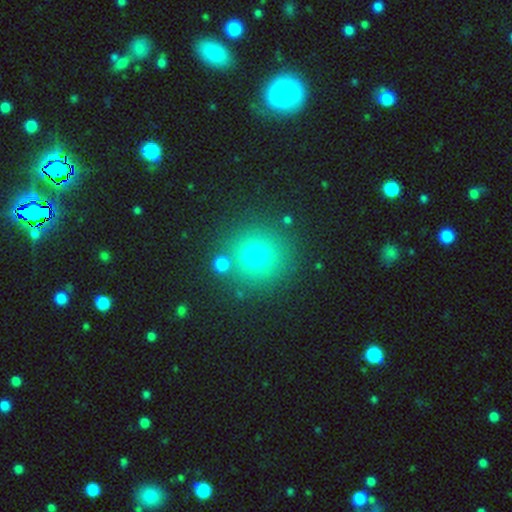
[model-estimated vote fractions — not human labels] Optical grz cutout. It shows a smooth galaxy with no disk features (69%) that is round (93%). Merging: none (83%).